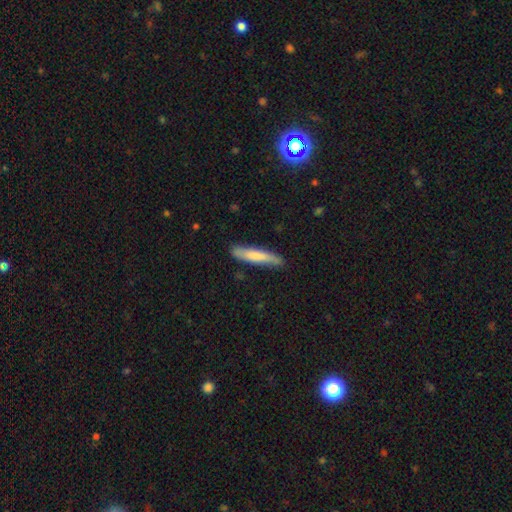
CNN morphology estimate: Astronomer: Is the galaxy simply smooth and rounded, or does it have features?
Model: smooth — 72%.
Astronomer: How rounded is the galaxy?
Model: cigar-shaped — 90%.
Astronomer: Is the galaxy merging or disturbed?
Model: none — 82%.